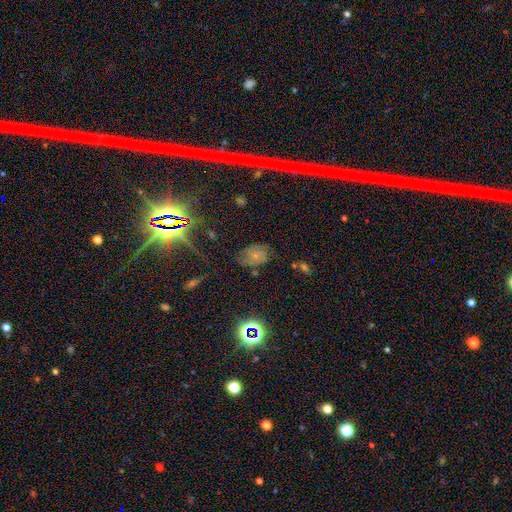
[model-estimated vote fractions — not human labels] Overall: featured or disk (40%; smooth 38%). Merging: none (61%; minor disturbance 25%).